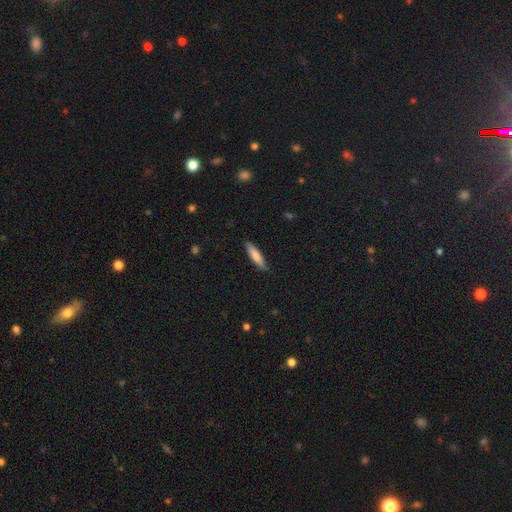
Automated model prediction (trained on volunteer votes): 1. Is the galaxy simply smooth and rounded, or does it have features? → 78% smooth, 17% featured or disk, 6% star or artifact.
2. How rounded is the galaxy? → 77% cigar-shaped, 21% in between, 1% round.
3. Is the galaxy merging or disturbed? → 82% none, 14% minor disturbance, 2% major disturbance, 1% merger.